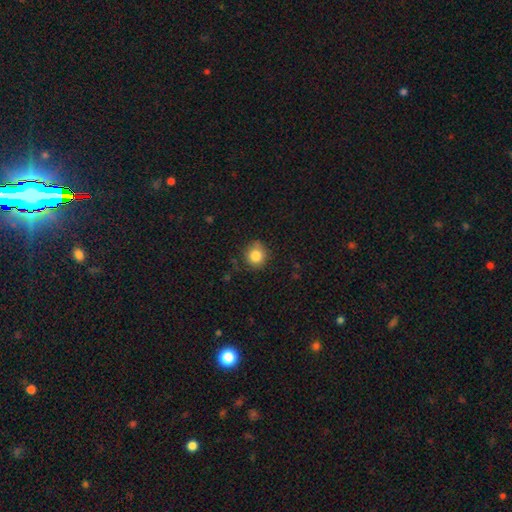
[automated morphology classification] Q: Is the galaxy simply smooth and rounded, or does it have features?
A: smooth — 84%.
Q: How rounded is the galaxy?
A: round — 90%.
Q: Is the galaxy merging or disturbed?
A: none — 82%.